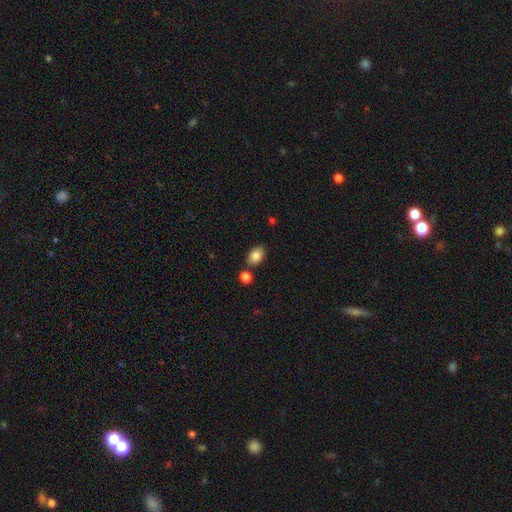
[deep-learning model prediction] Smooth or featured: smooth — 85% (star or artifact — 8%)
How rounded: in between — 85% (round — 14%)
Merging: none — 77% (minor disturbance — 11%)